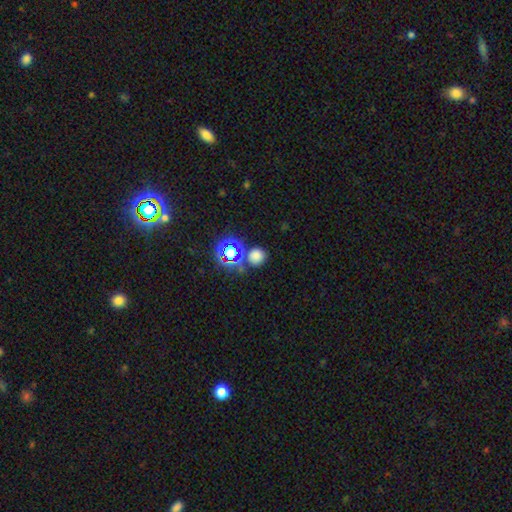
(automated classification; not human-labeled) The model was most divided on "smooth or featured": smooth: 69%, star or artifact: 25%, featured or disk: 6%. More confident: how rounded — round (88%); merging — none (76%).